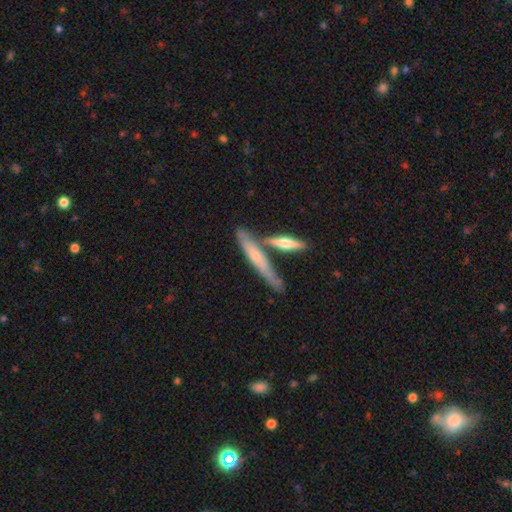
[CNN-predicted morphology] type=featured or disk (51%); edge-on=yes (87%); merging=none (60%).